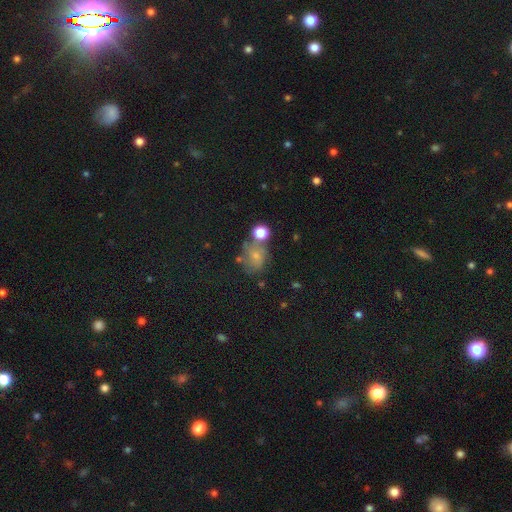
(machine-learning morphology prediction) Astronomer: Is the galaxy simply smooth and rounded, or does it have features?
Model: smooth — 59%.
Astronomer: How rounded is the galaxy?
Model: round — 61% (runner-up: in between, 38%).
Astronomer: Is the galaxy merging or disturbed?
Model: none — 47%.